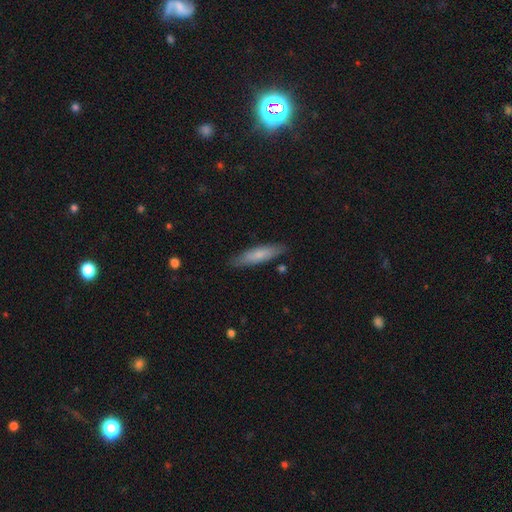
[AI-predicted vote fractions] Smooth or featured: smooth — 70% (featured or disk — 24%)
How rounded: cigar-shaped — 78% (in between — 20%)
Merging: none — 86% (minor disturbance — 10%)